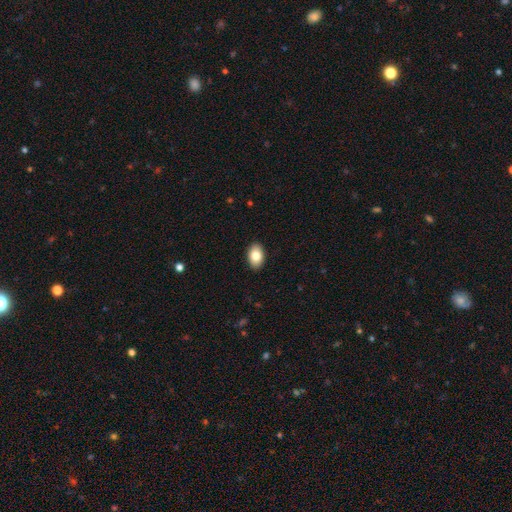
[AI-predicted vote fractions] Overall: smooth (83%). How rounded: in between (90%). Merging: none (90%).